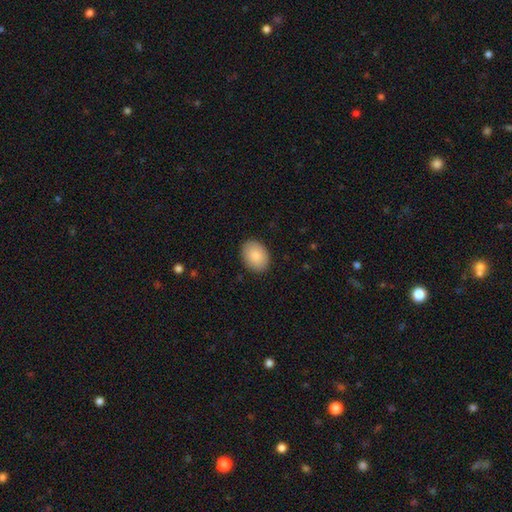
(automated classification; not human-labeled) A smooth galaxy with no disk features (88%) that is in between round and cigar-shaped (75%). Merging: none (88%).